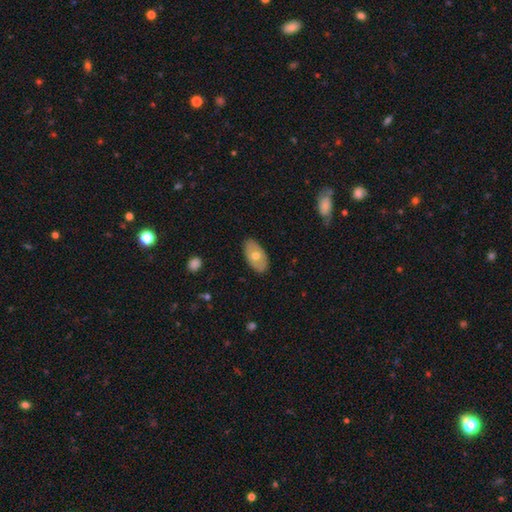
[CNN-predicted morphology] A smooth galaxy with no disk features (56%) that is in between round and cigar-shaped (93%). Merging: none (85%).